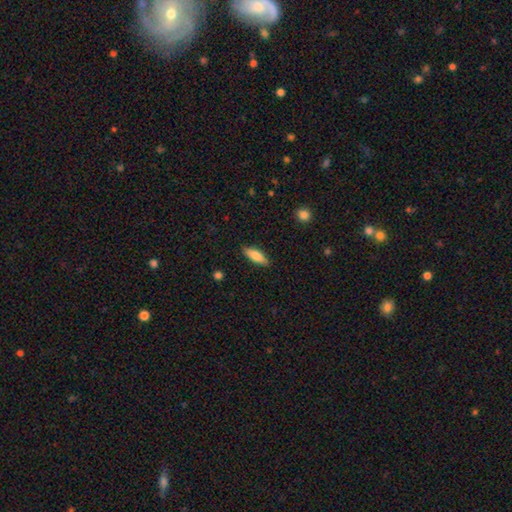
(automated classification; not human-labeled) smooth-or-featured: smooth: 79% | featured or disk: 15% | star or artifact: 6%
  how-rounded: in between: 56% | cigar-shaped: 42% | round: 2%
  merging: none: 87% | minor disturbance: 9% | major disturbance: 2% | merger: 1%